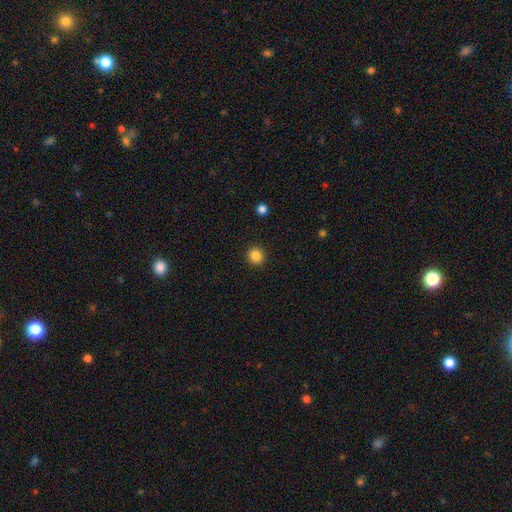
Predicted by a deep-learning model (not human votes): Smooth or featured?
  - smooth: 85% *
  - star or artifact: 11%
  - featured or disk: 4%
How rounded?
  - round: 91% *
  - in between: 8%
  - cigar-shaped: 1%
Merging?
  - none: 93% *
  - minor disturbance: 5%
  - major disturbance: 2%
  - merger: 1%